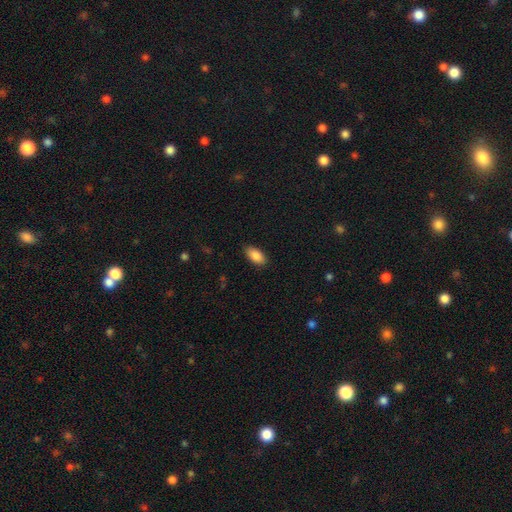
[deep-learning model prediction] Morphology: type=smooth (88%); roundness=in between (93%); merging=none (87%).